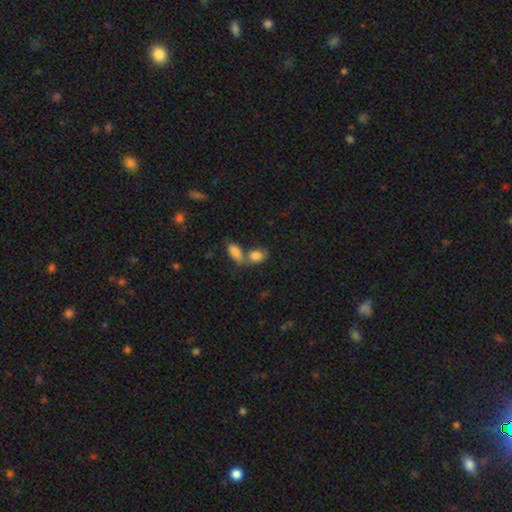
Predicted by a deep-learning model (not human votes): The model was most divided on "merging": merger: 51%, none: 34%, minor disturbance: 10%, major disturbance: 5%. More confident: smooth or featured — smooth (83%); how rounded — in between (80%).